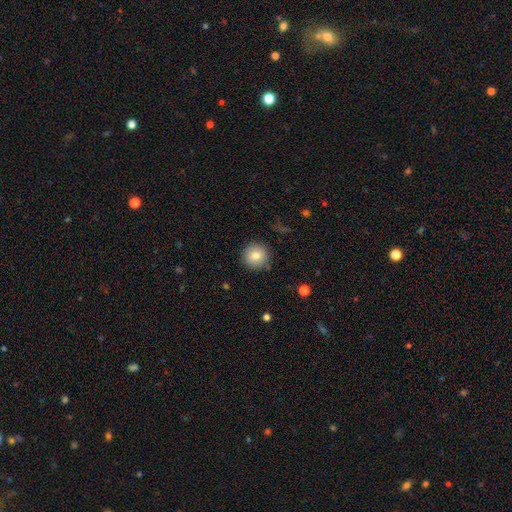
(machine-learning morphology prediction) smooth-or-featured: smooth: 79% | featured or disk: 12% | star or artifact: 9%
  how-rounded: round: 95% | in between: 4% | cigar-shaped: 1%
  merging: none: 89% | minor disturbance: 8% | major disturbance: 2% | merger: 1%